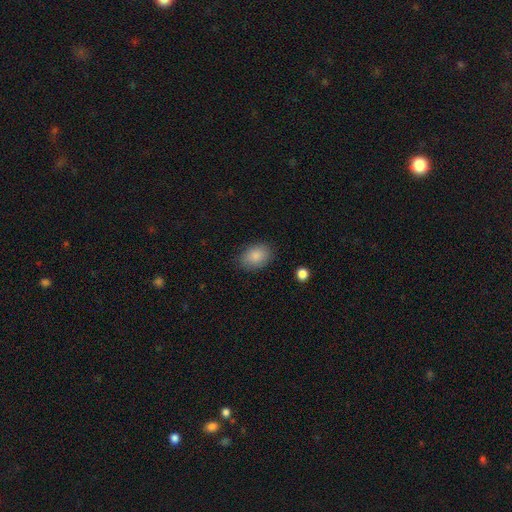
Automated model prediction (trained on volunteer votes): Q: Smooth or featured?
A: smooth (86%); runner-up: star or artifact (8%)
Q: How rounded?
A: in between (75%); runner-up: round (24%)
Q: Merging?
A: none (83%); runner-up: minor disturbance (13%)